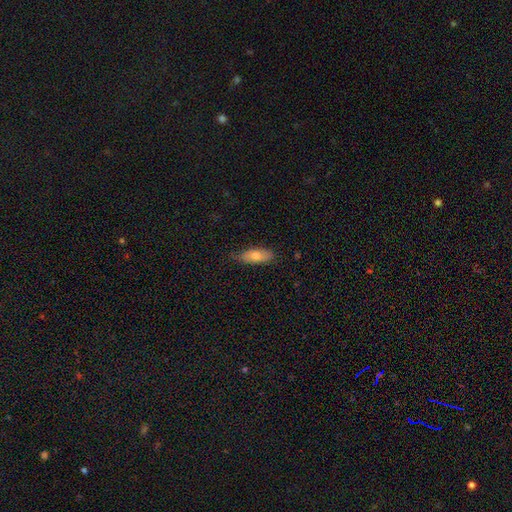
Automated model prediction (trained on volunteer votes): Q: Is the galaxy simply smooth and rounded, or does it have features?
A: smooth — 71%.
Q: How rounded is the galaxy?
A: in between — 76%.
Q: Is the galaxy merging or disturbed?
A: none — 72%.